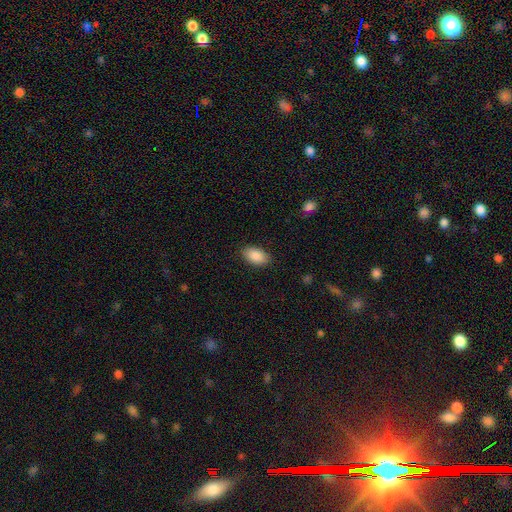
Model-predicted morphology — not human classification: Smooth or featured? smooth (90%)
How rounded? in between (93%)
Merging? none (87%)